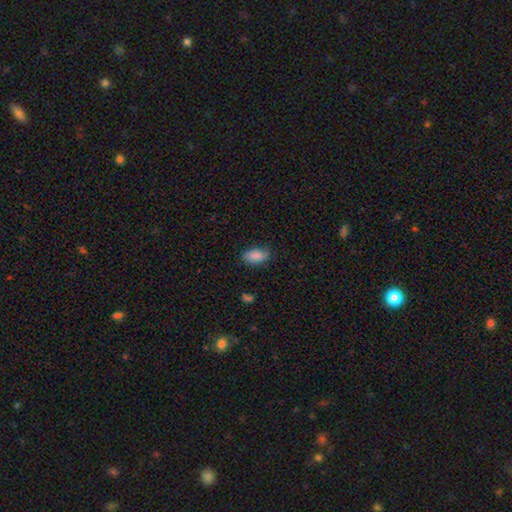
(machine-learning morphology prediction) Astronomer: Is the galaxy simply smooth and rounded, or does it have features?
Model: smooth — 86%.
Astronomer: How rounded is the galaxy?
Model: in between — 92%.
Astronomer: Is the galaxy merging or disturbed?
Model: none — 80%.